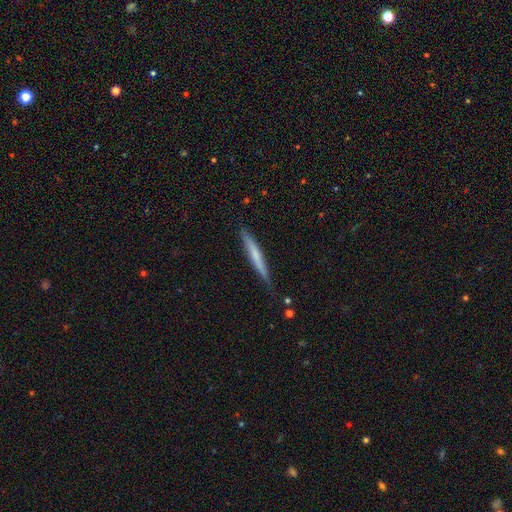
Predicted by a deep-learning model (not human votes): A smooth galaxy with no disk features (58%) that is cigar-shaped (96%).

Vote fractions:
- Smooth or featured? smooth: 58% / featured or disk: 36% / star or artifact: 6%
- How rounded? cigar-shaped: 96% / in between: 3% / round: 1%
- Merging? none: 82% / minor disturbance: 14% / major disturbance: 2% / merger: 2%